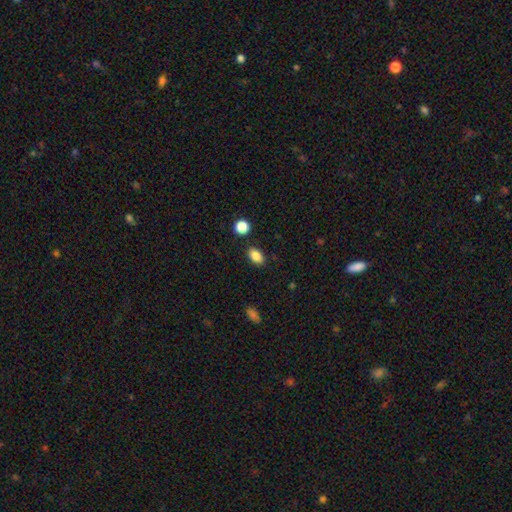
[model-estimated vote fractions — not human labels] A smooth galaxy with no disk features (86%) that is in between round and cigar-shaped (86%). Merging: none (86%).